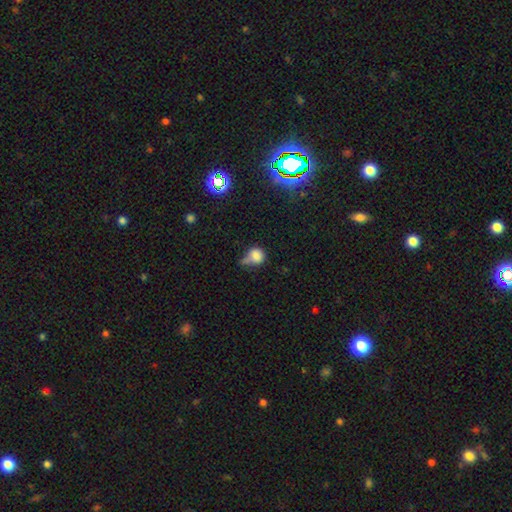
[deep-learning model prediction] smooth_or_featured: smooth (p=0.79) [alt: star or artifact p=0.12]
how_rounded: round (p=0.73) [alt: in between p=0.25]
merging: none (p=0.33) [tied with: minor disturbance p=0.33]